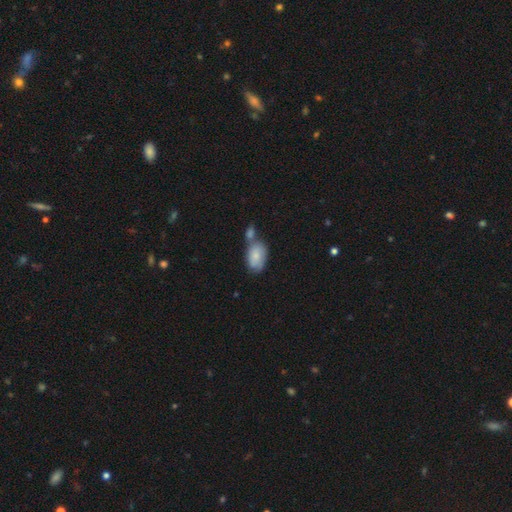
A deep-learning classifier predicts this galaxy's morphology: A smooth galaxy with no disk features (78%) that is in between round and cigar-shaped (91%). Merging: merger (40%).